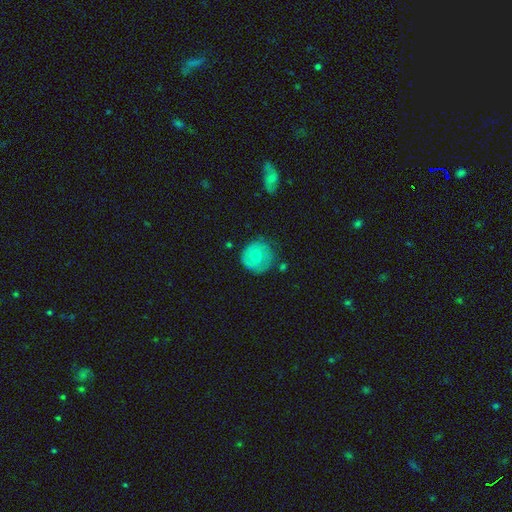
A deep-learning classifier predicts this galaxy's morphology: smooth-or-featured: smooth: 53% | featured or disk: 40% | star or artifact: 7%
  how-rounded: round: 91% | in between: 8% | cigar-shaped: 1%
  merging: none: 74% | minor disturbance: 19% | major disturbance: 5% | merger: 3%